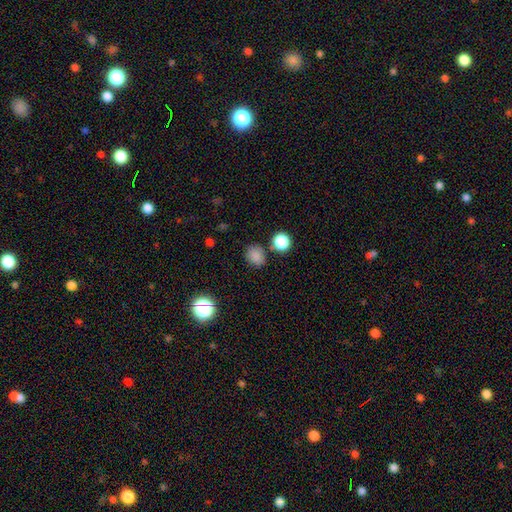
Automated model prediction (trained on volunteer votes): A smooth galaxy with no disk features (80%) that is round (64%). Merging: none (75%).